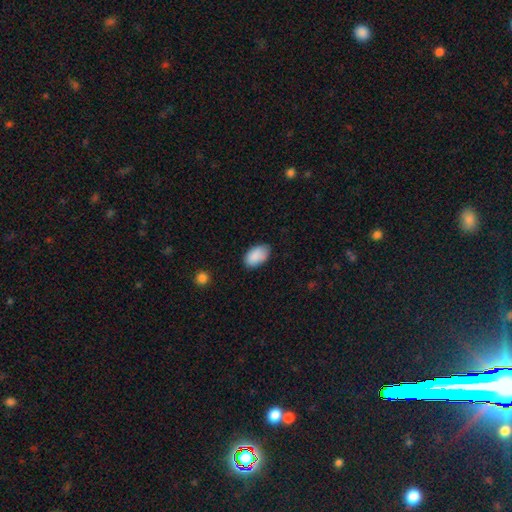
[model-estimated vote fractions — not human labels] smooth 89%, star or artifact 7%, featured or disk 4%. Down the decision tree: how rounded — in between (94%); merging — none (79%).